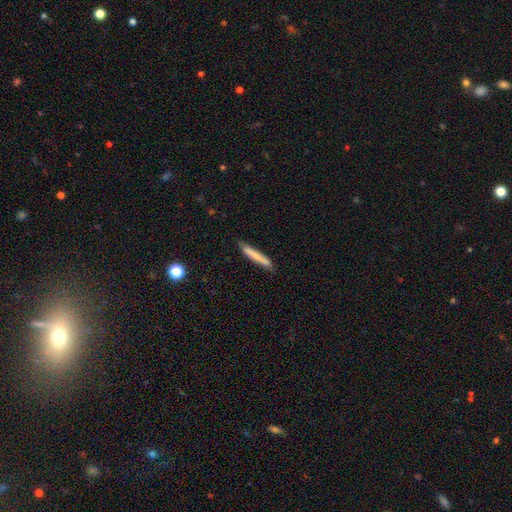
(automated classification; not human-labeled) A smooth galaxy with no disk features (66%) that is cigar-shaped (95%). Merging: none (85%).